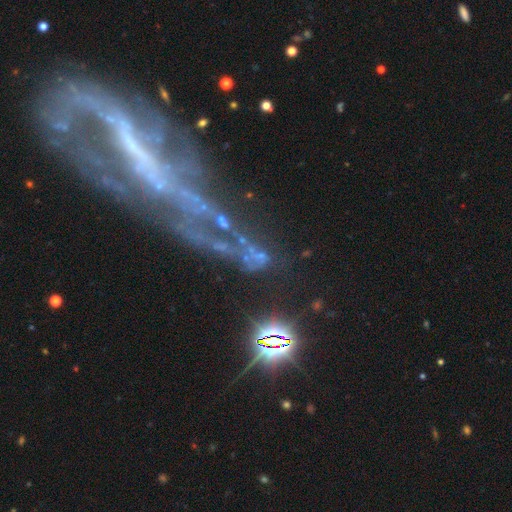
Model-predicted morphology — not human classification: smooth_or_featured: featured or disk (p=0.39) [tied with: star or artifact p=0.39]
merging: none (p=0.32) [tied with: major disturbance p=0.32]